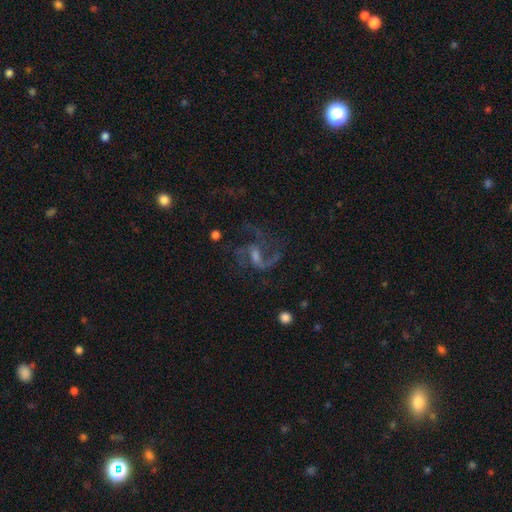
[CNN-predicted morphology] Smooth or featured?
  - featured or disk: 81% *
  - star or artifact: 12%
  - smooth: 6%
Edge-on disk?
  - no: 97% *
  - yes: 3%
Bar?
  - weak: 50% *
  - no: 31%
  - strong: 19%
Spiral arms?
  - yes: 95% *
  - no: 5%
Spiral winding?
  - loose: 51% *
  - medium: 40%
  - tight: 9%
Spiral arm count?
  - 2: 65% *
  - 3: 13%
  - can't tell: 9%
  - 1: 7%
  - 4: 4%
  - more than 4: 3%
Bulge size?
  - small: 45% *
  - moderate: 37%
  - none: 13%
  - large: 4%
  - dominant: 1%
Merging?
  - none: 59% *
  - major disturbance: 23%
  - minor disturbance: 15%
  - merger: 3%